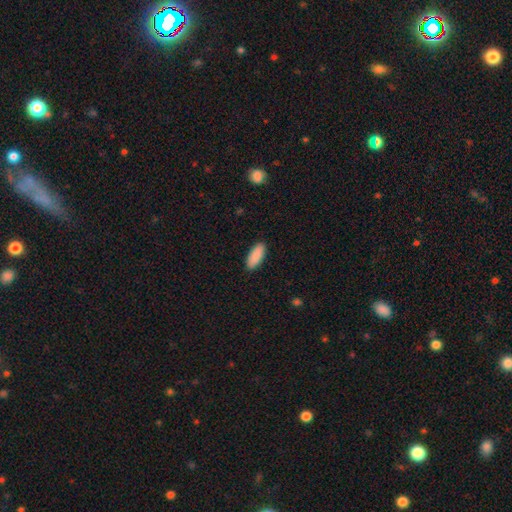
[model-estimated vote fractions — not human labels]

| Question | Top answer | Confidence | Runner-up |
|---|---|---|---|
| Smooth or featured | smooth | 91% | star or artifact (6%) |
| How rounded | in between | 81% | cigar-shaped (17%) |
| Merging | none | 90% | minor disturbance (7%) |